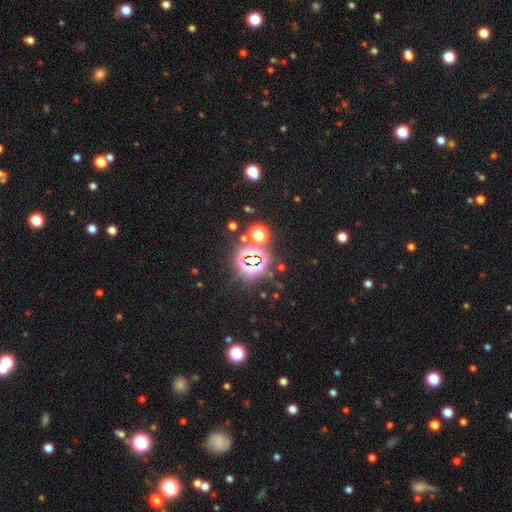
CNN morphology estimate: star or artifact 82%, smooth 11%, featured or disk 7%.